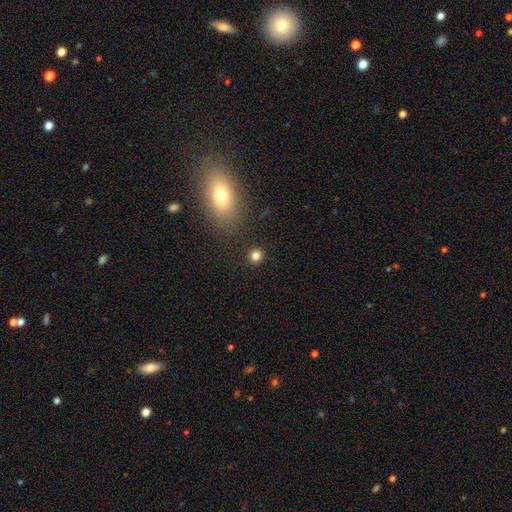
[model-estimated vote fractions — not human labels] This appears to be a smooth galaxy with no disk features (81%) that is round (91%). Merging: none (88%).